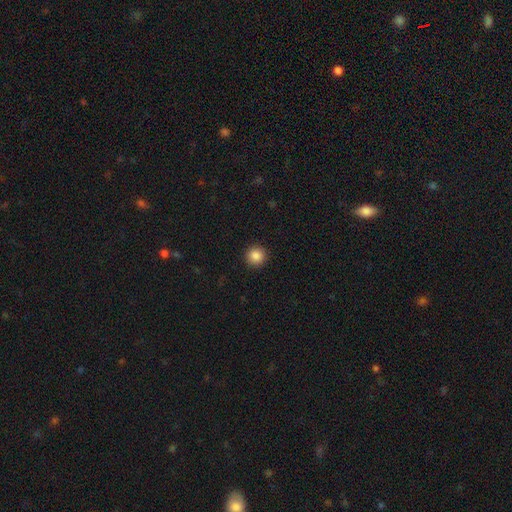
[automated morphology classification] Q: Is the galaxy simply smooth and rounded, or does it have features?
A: smooth — 87%.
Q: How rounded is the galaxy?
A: round — 94%.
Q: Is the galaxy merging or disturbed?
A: none — 93%.